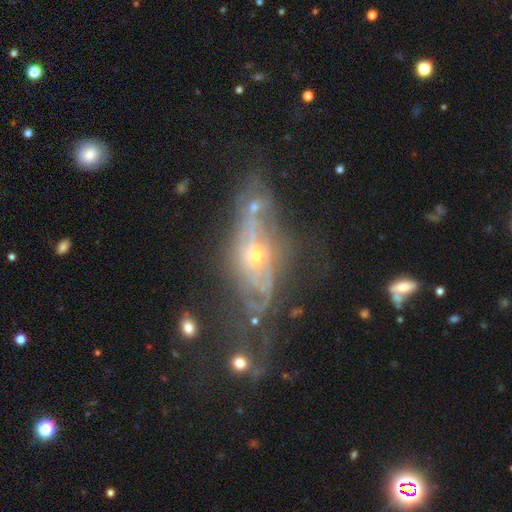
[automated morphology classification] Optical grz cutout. It shows a featured or disk galaxy (71%). Merging: none (39%).